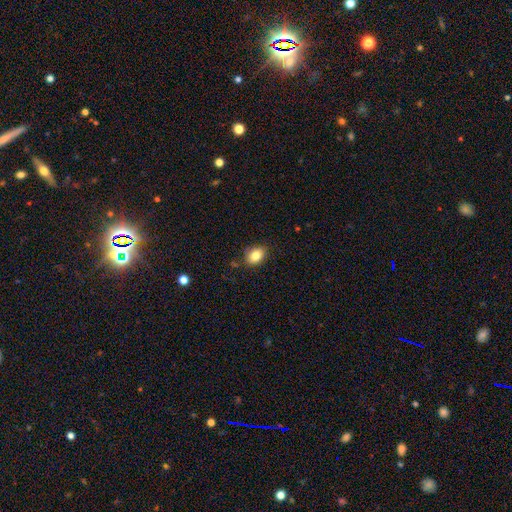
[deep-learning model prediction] smooth-or-featured: smooth: 82% | star or artifact: 10% | featured or disk: 8%
  how-rounded: in between: 63% | round: 36% | cigar-shaped: 1%
  merging: none: 81% | minor disturbance: 15% | major disturbance: 3% | merger: 2%